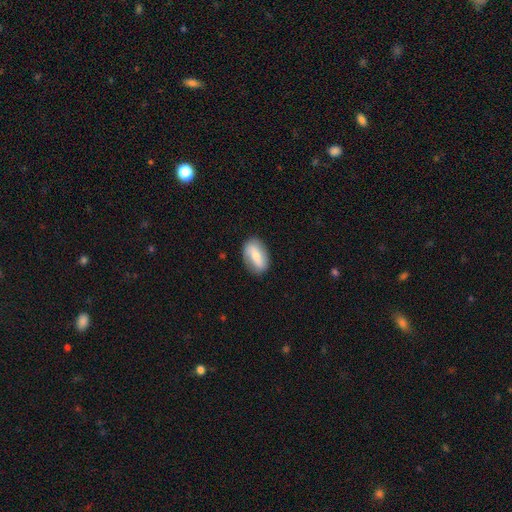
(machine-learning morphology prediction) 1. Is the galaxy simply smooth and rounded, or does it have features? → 53% smooth, 41% featured or disk, 6% star or artifact.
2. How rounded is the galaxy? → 87% in between, 9% round, 4% cigar-shaped.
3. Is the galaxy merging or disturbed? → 82% none, 13% minor disturbance, 4% major disturbance, 1% merger.